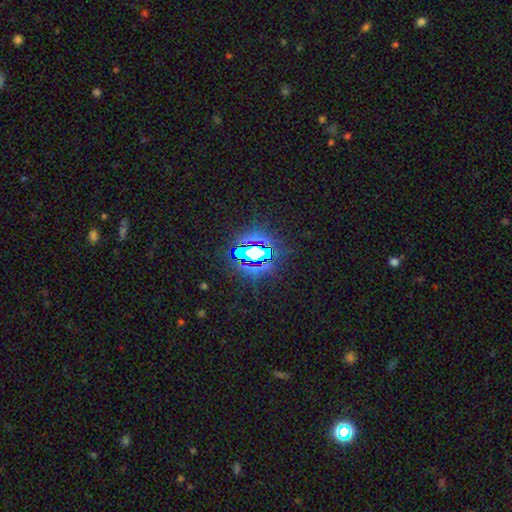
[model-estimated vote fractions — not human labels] A star or artifact, not a galaxy (75%).

Vote fractions:
- Smooth or featured? star or artifact: 75% / smooth: 14% / featured or disk: 10%